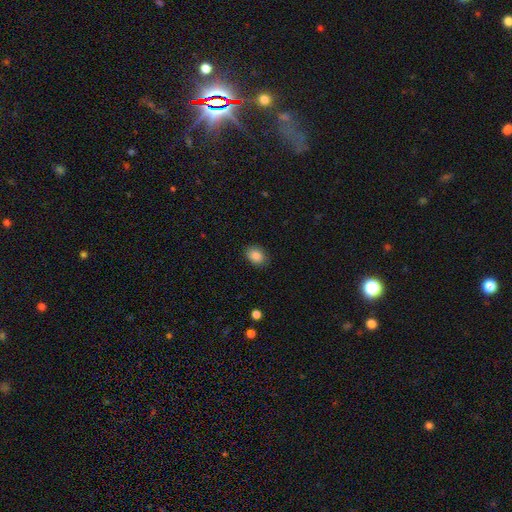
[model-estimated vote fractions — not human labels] A smooth galaxy with no disk features (84%) that is in between round and cigar-shaped (61%).

Vote fractions:
- Smooth or featured? smooth: 84% / star or artifact: 9% / featured or disk: 7%
- How rounded? in between: 61% / round: 38% / cigar-shaped: 1%
- Merging? none: 85% / minor disturbance: 11% / major disturbance: 2% / merger: 1%